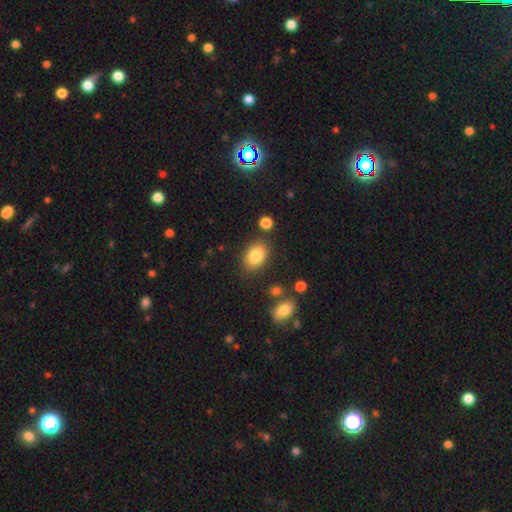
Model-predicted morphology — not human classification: Overall: smooth (83%). How rounded: in between (81%). Merging: none (81%).